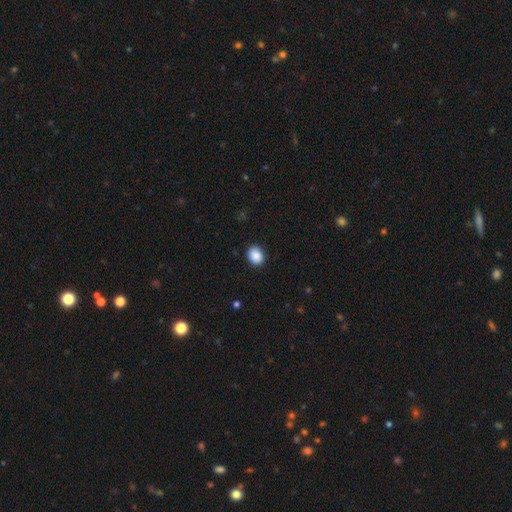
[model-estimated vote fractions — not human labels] Smooth or featured? smooth (89%)
How rounded? round (51%)
Merging? none (90%)